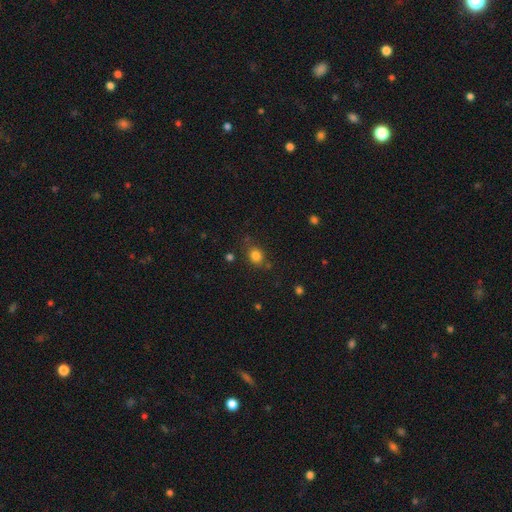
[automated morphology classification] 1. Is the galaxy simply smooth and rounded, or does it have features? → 81% smooth, 13% star or artifact, 6% featured or disk.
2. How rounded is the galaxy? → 61% round, 38% in between, 1% cigar-shaped.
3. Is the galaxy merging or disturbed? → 73% none, 16% minor disturbance, 5% major disturbance, 5% merger.